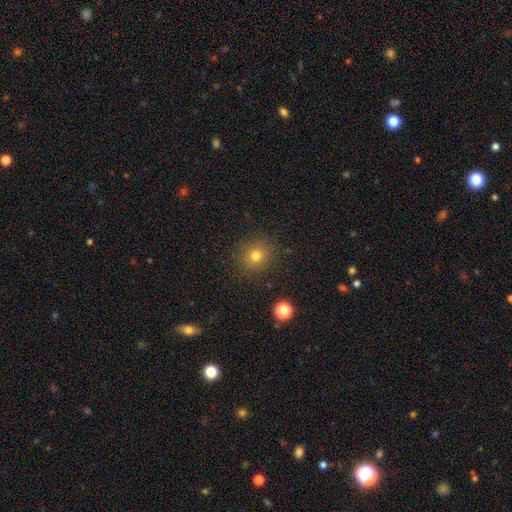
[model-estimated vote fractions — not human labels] A smooth galaxy with no disk features (77%) that is round (87%).

Vote fractions:
- Smooth or featured? smooth: 77% / star or artifact: 15% / featured or disk: 8%
- How rounded? round: 87% / in between: 12% / cigar-shaped: 1%
- Merging? none: 87% / minor disturbance: 9% / major disturbance: 3% / merger: 2%